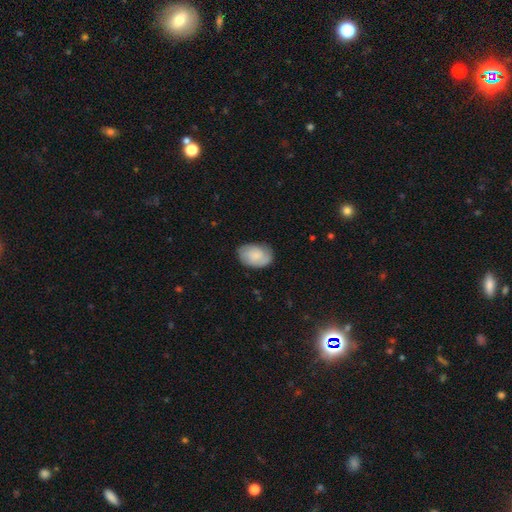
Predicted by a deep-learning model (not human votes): Smooth or featured: smooth — 61% (featured or disk — 32%)
How rounded: in between — 84% (round — 15%)
Merging: none — 75% (minor disturbance — 19%)